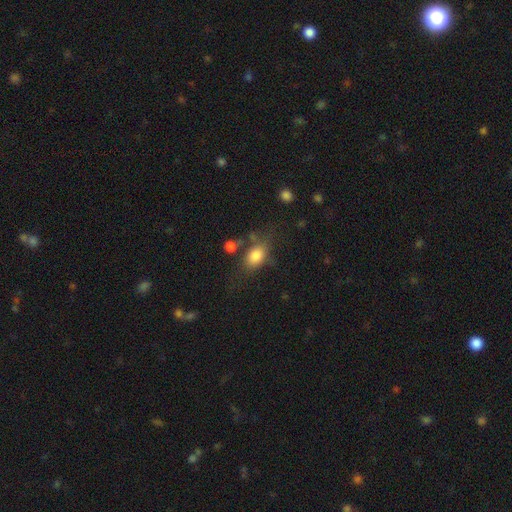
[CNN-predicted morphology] The model was most divided on "merging": none: 55%, minor disturbance: 22%, major disturbance: 12%, merger: 10%. More confident: how rounded — in between (81%); smooth or featured — smooth (80%).